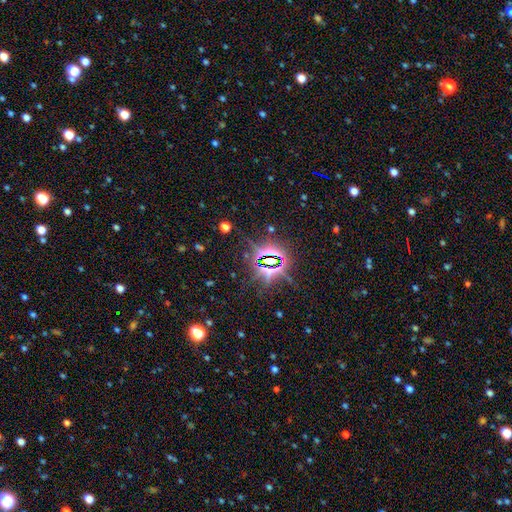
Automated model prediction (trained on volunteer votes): A star or artifact, not a galaxy (84%).

Vote fractions:
- Smooth or featured? star or artifact: 84% / smooth: 9% / featured or disk: 7%